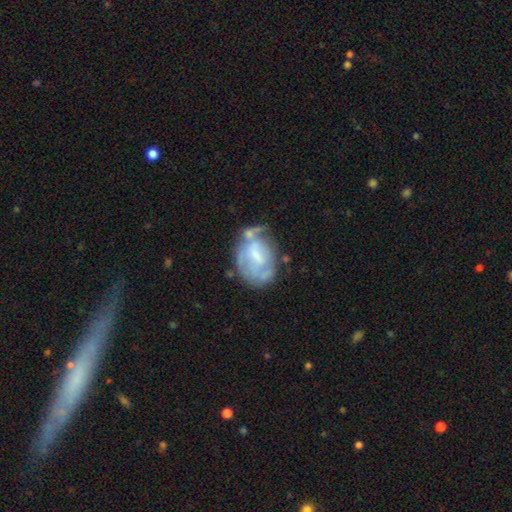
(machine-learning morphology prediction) Smooth or featured?
  - featured or disk: 59% *
  - smooth: 33%
  - star or artifact: 8%
Edge-on disk?
  - no: 97% *
  - yes: 3%
Bar?
  - no: 52% *
  - weak: 37%
  - strong: 11%
Spiral arms?
  - no: 55% *
  - yes: 45%
Bulge size?
  - small: 33% * (tied)
  - moderate: 33% * (tied)
  - none: 25%
  - large: 7%
  - dominant: 2%
Merging?
  - none: 36% *
  - minor disturbance: 28%
  - major disturbance: 22%
  - merger: 14%